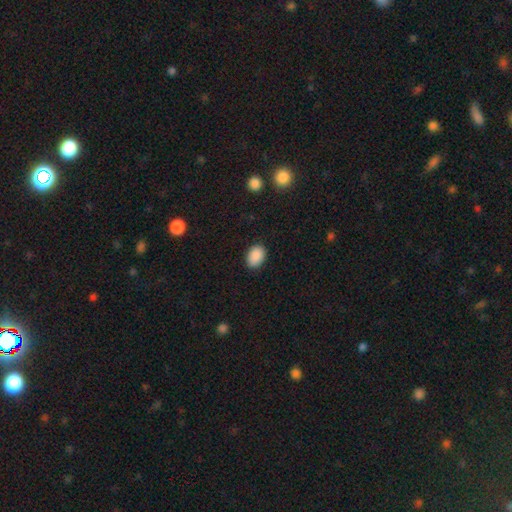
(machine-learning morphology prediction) The model was most divided on "how rounded": in between: 80%, round: 19%, cigar-shaped: 1%. More confident: smooth or featured — smooth (90%); merging — none (86%).